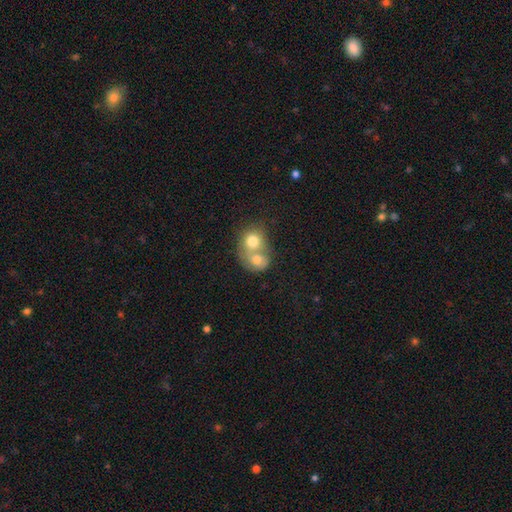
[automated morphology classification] Smooth or featured? smooth (64%)
How rounded? round (69%)
Merging? merger (76%)